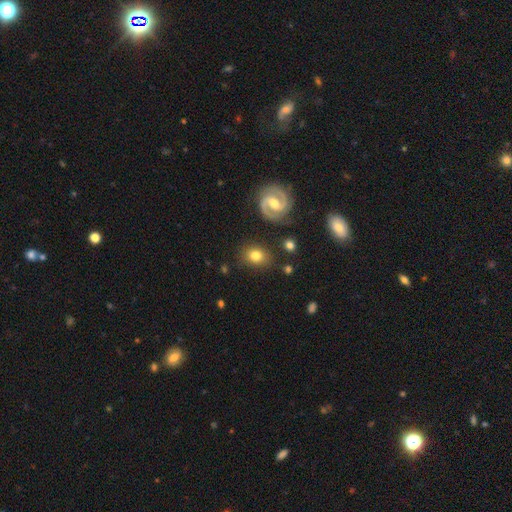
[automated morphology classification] smooth 71%, featured or disk 21%, star or artifact 8%. Down the decision tree: how rounded — round (50%); merging — none (82%).